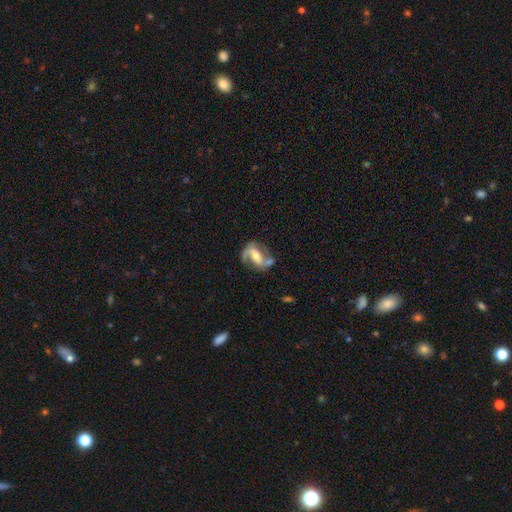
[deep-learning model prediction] smooth-or-featured: featured or disk: 81% | smooth: 13% | star or artifact: 6%
  disk-edge-on: no: 96% | yes: 4%
    bar: strong: 39% | weak: 36% | no: 26%
    has-spiral-arms: yes: 91% | no: 9%
      spiral-winding: medium: 45% | loose: 39% | tight: 17%
      spiral-arm-count: 2: 82% | 1: 10% | can't tell: 5% | 3: 1% | 4: 1% | more than 4: 1%
    bulge-size: moderate: 55% | small: 35% | large: 6% | none: 3% | dominant: 1%
  merging: none: 57% | minor disturbance: 20% | major disturbance: 13% | merger: 10%